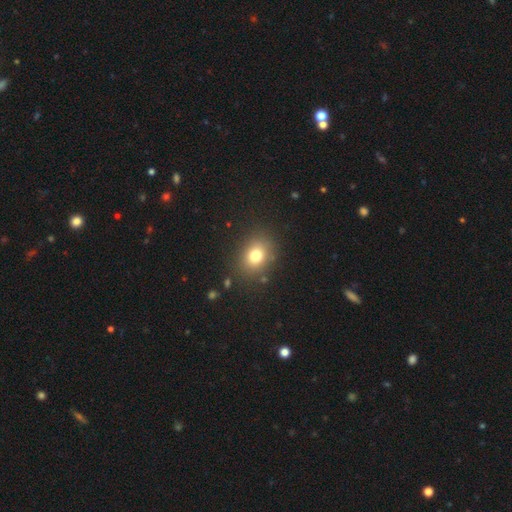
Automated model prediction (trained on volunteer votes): smooth-or-featured: smooth: 77% | star or artifact: 13% | featured or disk: 10%
  how-rounded: round: 55% | in between: 44% | cigar-shaped: 1%
  merging: none: 84% | minor disturbance: 10% | major disturbance: 4% | merger: 2%